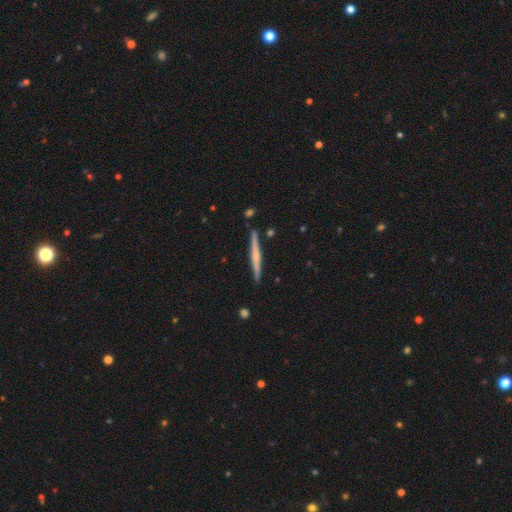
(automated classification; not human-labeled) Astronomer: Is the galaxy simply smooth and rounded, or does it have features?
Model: featured or disk — 60%.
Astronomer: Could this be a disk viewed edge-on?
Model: yes — 98%.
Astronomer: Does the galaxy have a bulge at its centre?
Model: rounded — 55% (runner-up: none, 34%).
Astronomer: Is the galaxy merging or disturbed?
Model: none — 90%.